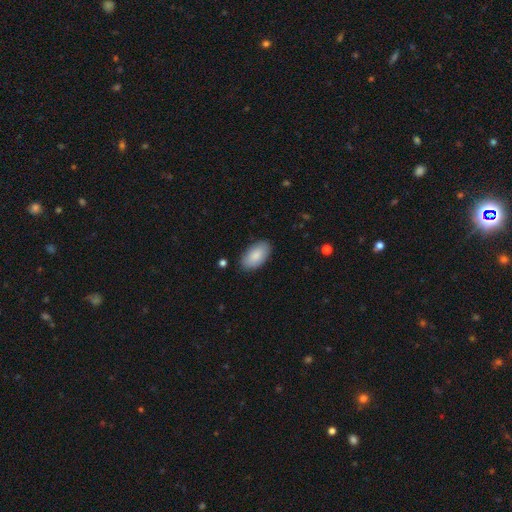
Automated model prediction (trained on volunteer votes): This is clearly a smooth galaxy (87%). How rounded: clearly in between (95%). Merging: clearly none (86%).